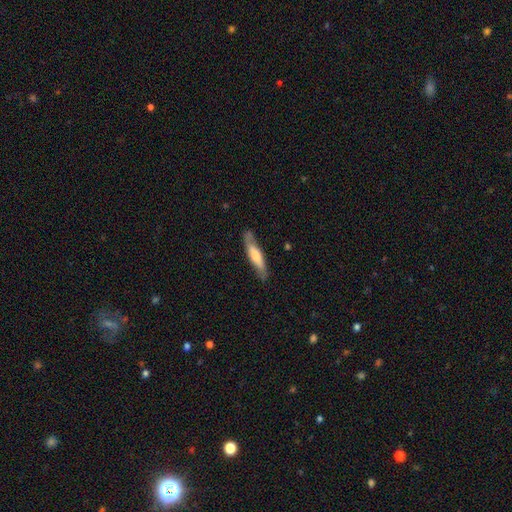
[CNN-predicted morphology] Smooth or featured? smooth (58%)
How rounded? cigar-shaped (80%)
Merging? none (77%)